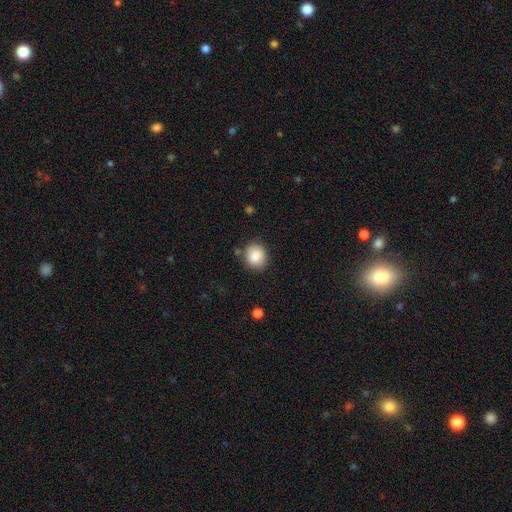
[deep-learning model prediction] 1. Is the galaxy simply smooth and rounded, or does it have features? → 84% smooth, 8% star or artifact, 8% featured or disk.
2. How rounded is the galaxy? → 69% round, 30% in between, 1% cigar-shaped.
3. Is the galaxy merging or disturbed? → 81% none, 13% minor disturbance, 3% major disturbance, 3% merger.